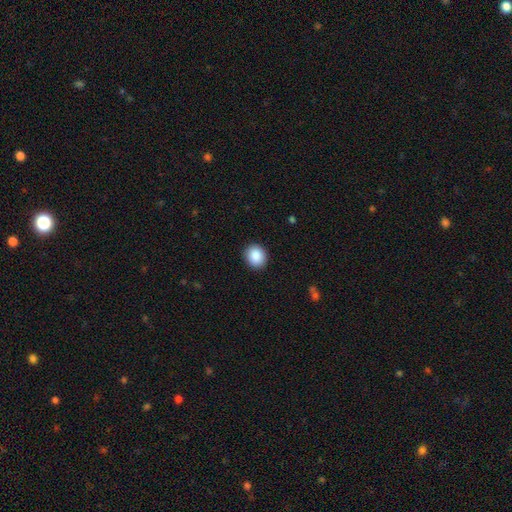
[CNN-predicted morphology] type=smooth (89%); roundness=round (72%); merging=none (91%).